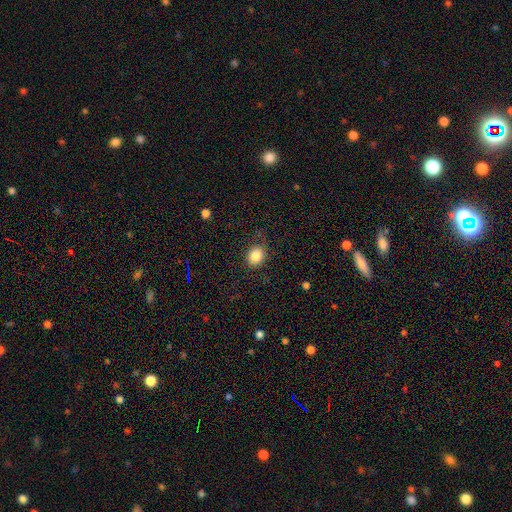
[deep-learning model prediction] A smooth galaxy with no disk features (83%) that is round (59%). Merging: none (76%).